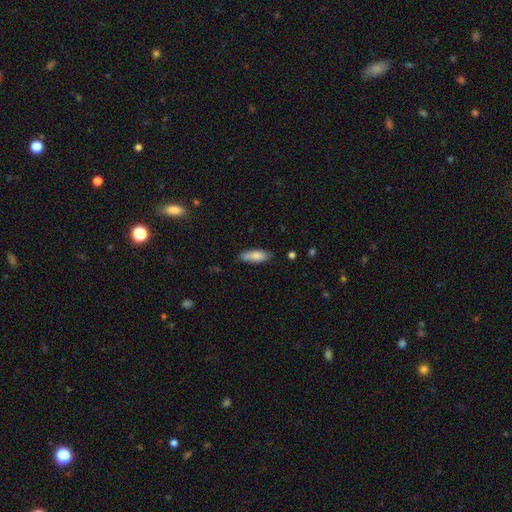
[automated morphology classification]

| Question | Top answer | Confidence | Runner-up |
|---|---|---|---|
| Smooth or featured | smooth | 80% | featured or disk (13%) |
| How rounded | in between | 68% | cigar-shaped (30%) |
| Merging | none | 73% | minor disturbance (19%) |